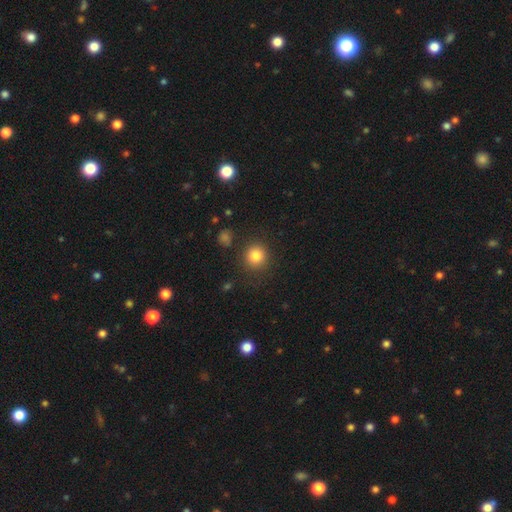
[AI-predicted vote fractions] The model was most divided on "smooth or featured": smooth: 84%, star or artifact: 11%, featured or disk: 6%. More confident: how rounded — round (91%); merging — none (86%).